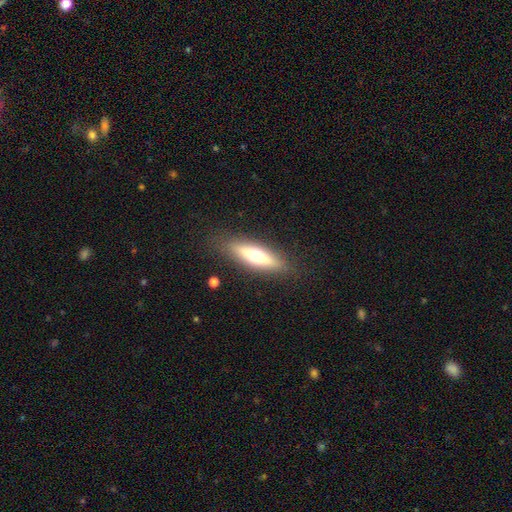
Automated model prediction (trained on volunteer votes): This appears to be a smooth galaxy with no disk features (48%). Merging: none (85%).